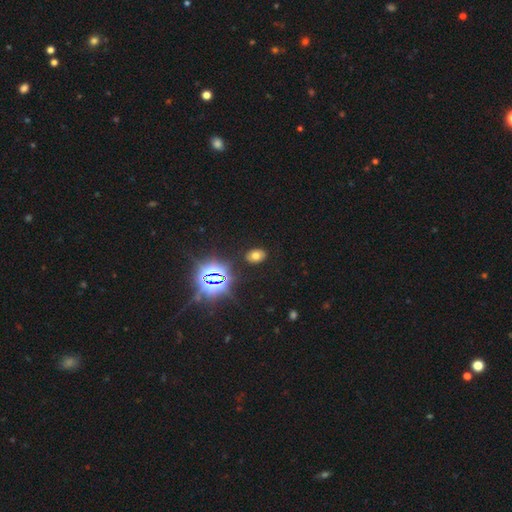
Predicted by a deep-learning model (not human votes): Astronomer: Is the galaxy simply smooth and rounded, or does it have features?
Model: smooth — 59%.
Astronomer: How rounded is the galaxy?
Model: in between — 76%.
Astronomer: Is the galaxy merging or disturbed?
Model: none — 87%.